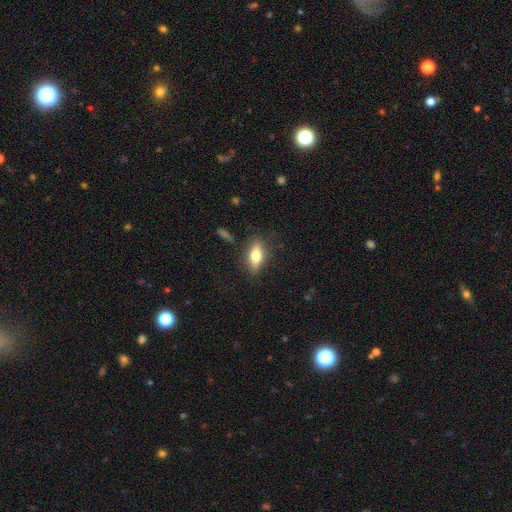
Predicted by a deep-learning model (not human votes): This appears to be a smooth galaxy with no disk features (61%) that is in between round and cigar-shaped (71%). Merging: none (81%).